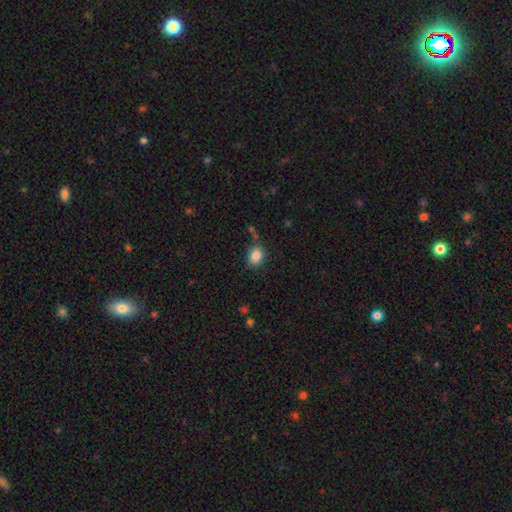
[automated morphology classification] smooth 86%, star or artifact 9%, featured or disk 5%. Down the decision tree: how rounded — in between (60%); merging — none (76%).